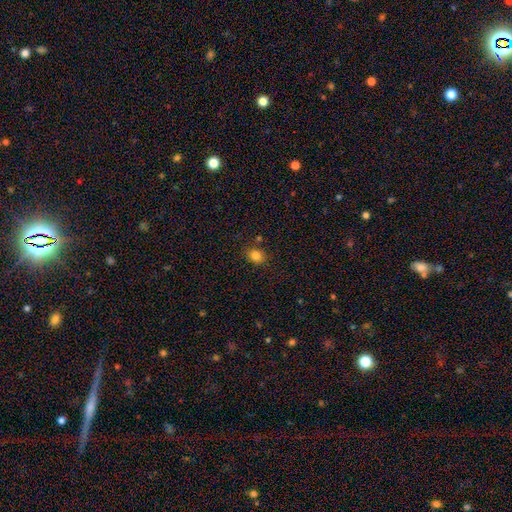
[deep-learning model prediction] Smooth or featured? smooth (83%)
How rounded? round (67%)
Merging? none (82%)